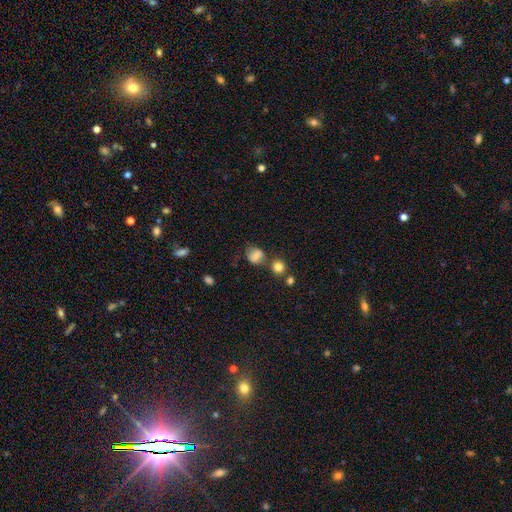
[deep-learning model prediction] The model was most divided on "how rounded": round: 57%, in between: 41%, cigar-shaped: 1%. More confident: smooth or featured — smooth (74%); merging — none (50%).